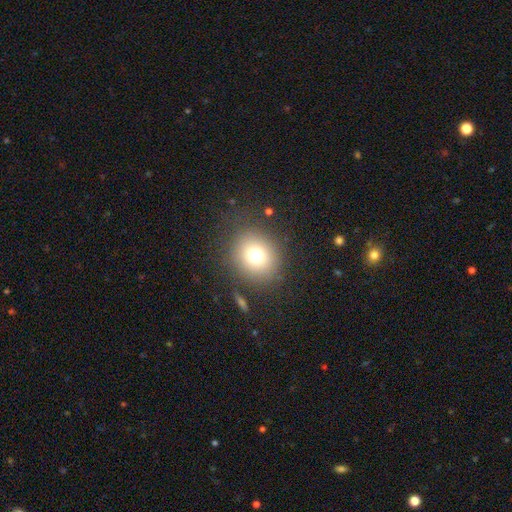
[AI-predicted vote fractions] Q: Smooth or featured?
A: smooth (74%); runner-up: star or artifact (15%)
Q: How rounded?
A: round (80%); runner-up: in between (19%)
Q: Merging?
A: none (83%); runner-up: minor disturbance (9%)